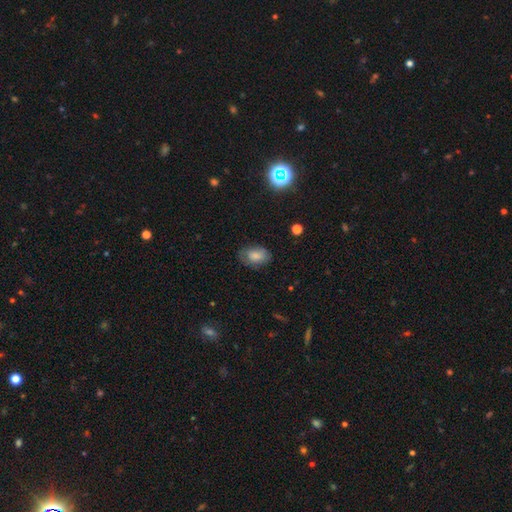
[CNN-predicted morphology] A smooth galaxy with no disk features (78%) that is in between round and cigar-shaped (87%). Merging: none (74%).